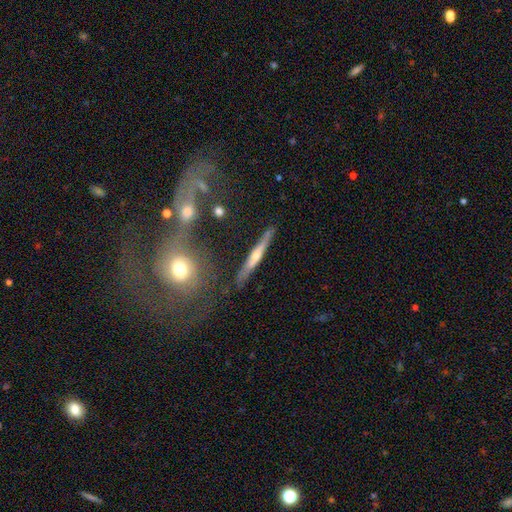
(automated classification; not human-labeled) Smooth or featured? featured or disk (60%)
Edge-on disk? yes (93%)
Edge-on bulge? rounded (65%)
Merging? none (81%)